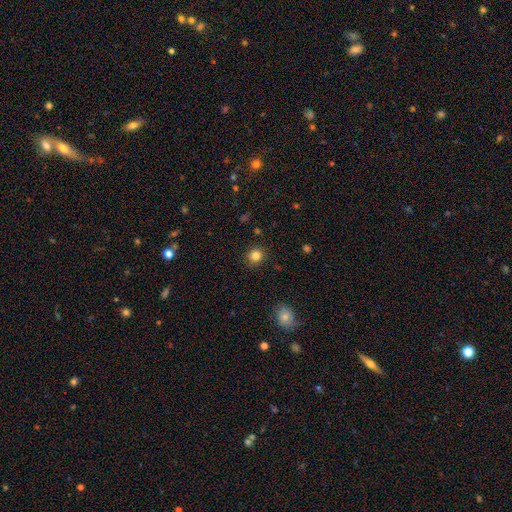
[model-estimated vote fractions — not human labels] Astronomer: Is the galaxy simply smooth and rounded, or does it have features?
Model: smooth — 83%.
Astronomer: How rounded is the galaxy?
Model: round — 89%.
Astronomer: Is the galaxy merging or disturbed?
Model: none — 90%.